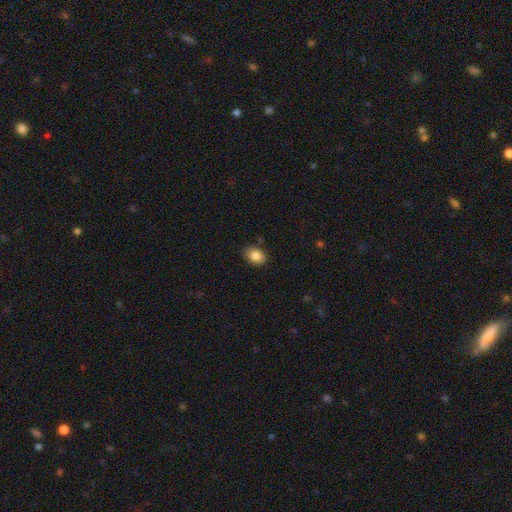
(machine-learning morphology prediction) smooth 85%, star or artifact 9%, featured or disk 6%. Down the decision tree: how rounded — in between (67%); merging — none (84%).